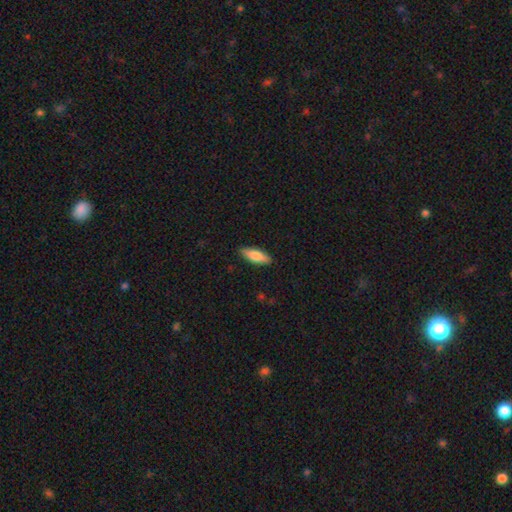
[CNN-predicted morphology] Smooth or featured? smooth (76%)
How rounded? in between (58%)
Merging? none (89%)